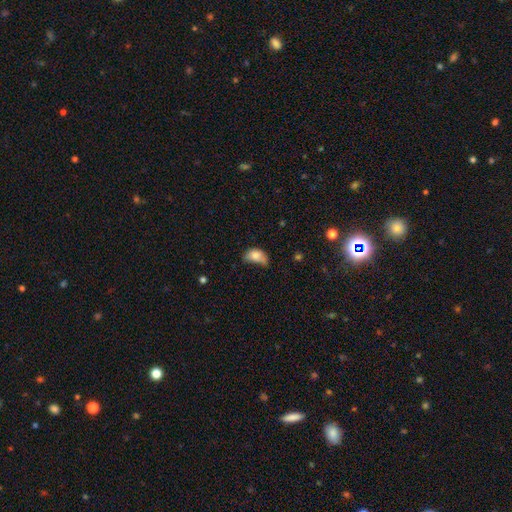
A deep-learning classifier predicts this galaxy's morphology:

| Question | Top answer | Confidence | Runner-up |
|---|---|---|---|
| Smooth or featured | smooth | 77% | featured or disk (14%) |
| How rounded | in between | 86% | round (12%) |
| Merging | minor disturbance | 40% | major disturbance (31%) |